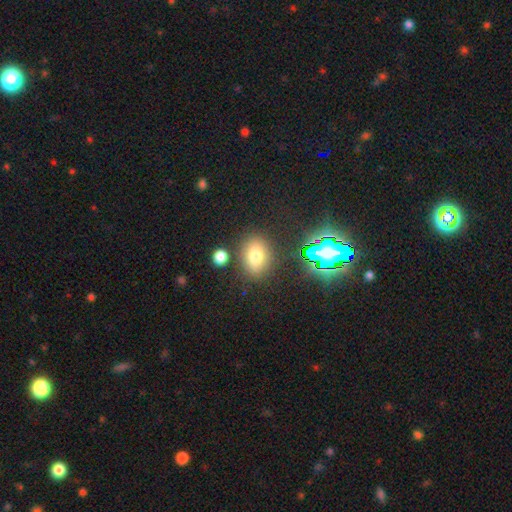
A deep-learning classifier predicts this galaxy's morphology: Smooth or featured? Predicted: smooth (p=0.73). How rounded? Predicted: in between (p=0.65). Merging? Predicted: none (p=0.80).